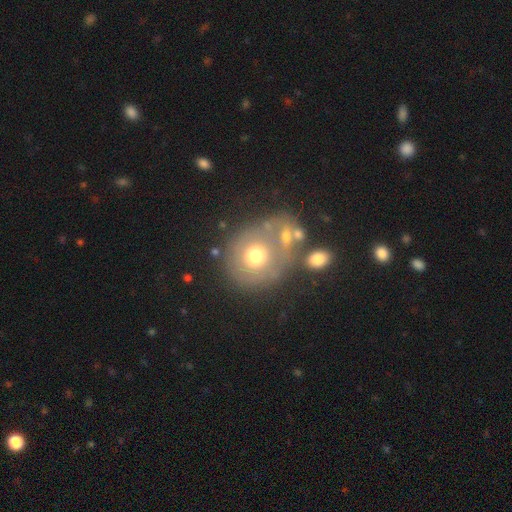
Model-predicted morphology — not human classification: A smooth galaxy with no disk features (59%) that is round (85%). Merging: none (54%).